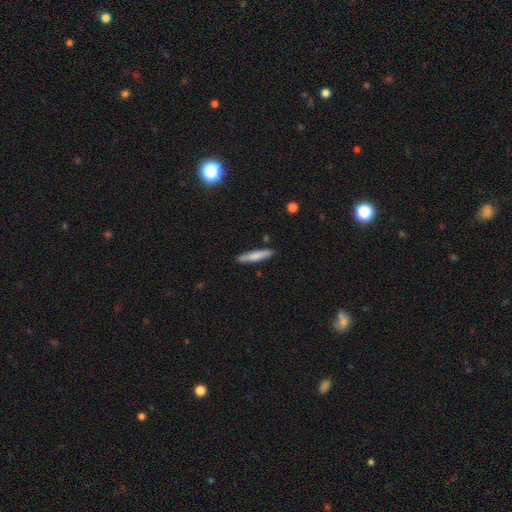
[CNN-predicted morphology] This is likely a smooth galaxy (76%). How rounded: clearly cigar-shaped (90%). Merging: clearly none (87%).